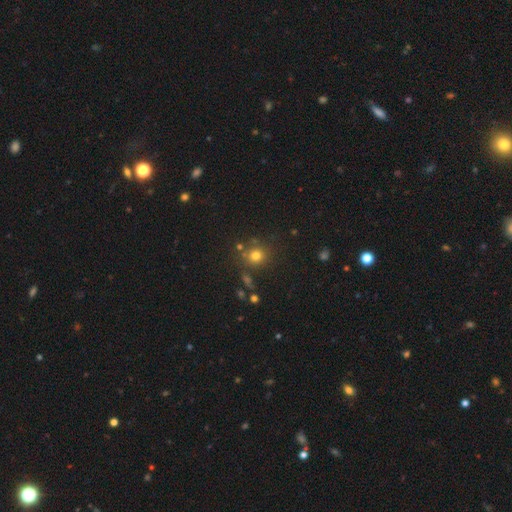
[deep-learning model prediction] smooth 74%, star or artifact 18%, featured or disk 8%. Down the decision tree: how rounded — round (87%); merging — none (76%).